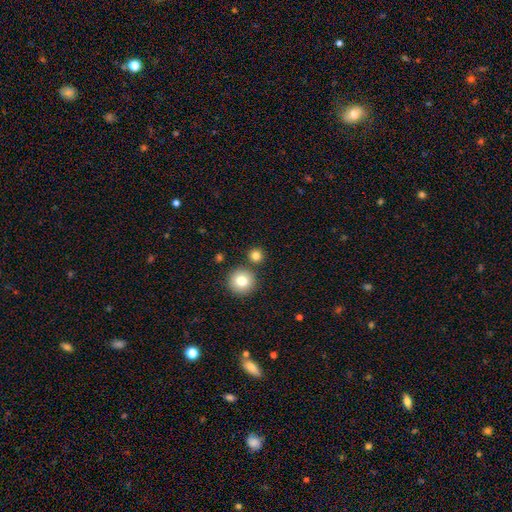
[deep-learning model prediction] Smooth or featured? smooth (81%)
How rounded? round (92%)
Merging? none (80%)